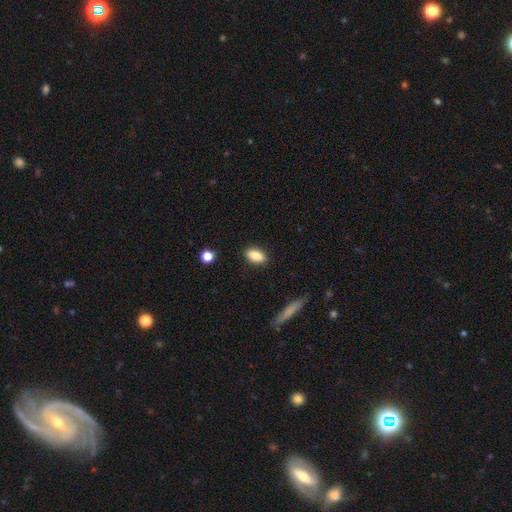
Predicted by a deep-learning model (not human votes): This appears to be a smooth galaxy with no disk features (85%) that is in between round and cigar-shaped (87%). Merging: none (87%).